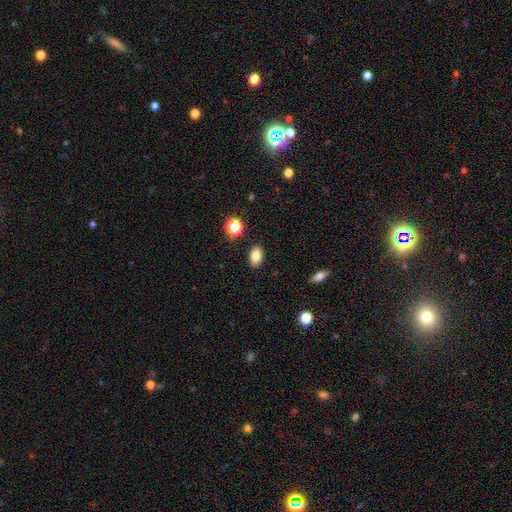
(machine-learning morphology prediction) type=smooth (81%); roundness=in between (88%); merging=none (88%).